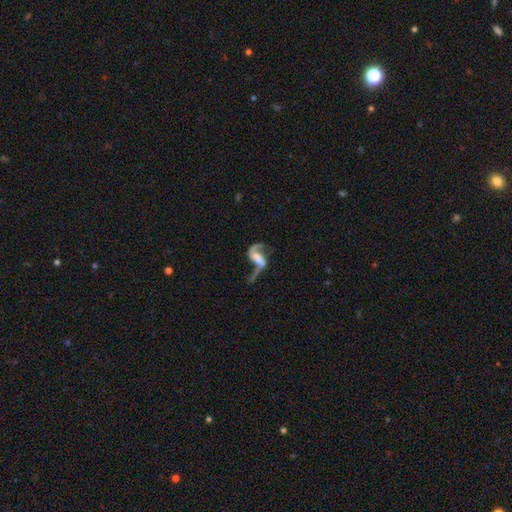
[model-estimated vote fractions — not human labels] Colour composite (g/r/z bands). It shows a featured or disk galaxy (82%) with a strong bar (38%), 2 (85%) loose (83%) spiral arms (90%) and no central bulge (43%). Merging: none (42%).